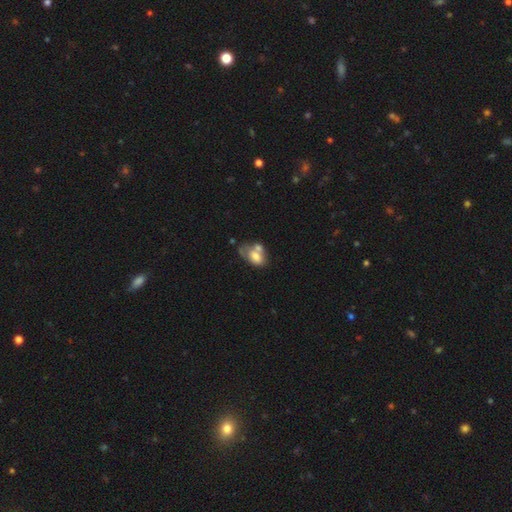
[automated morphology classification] Smooth or featured? smooth (63%)
How rounded? in between (86%)
Merging? merger (48%)